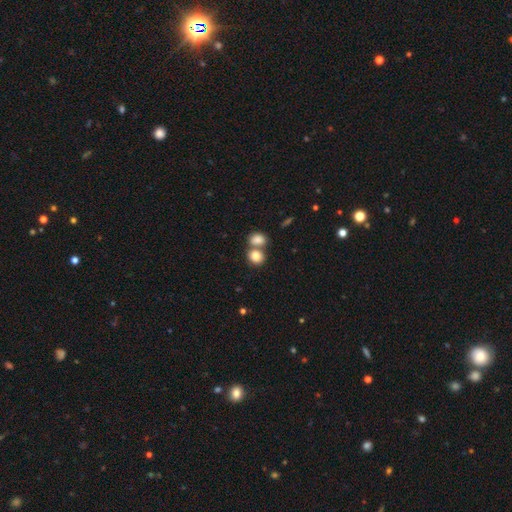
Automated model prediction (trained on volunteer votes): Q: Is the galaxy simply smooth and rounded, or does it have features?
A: smooth — 83%.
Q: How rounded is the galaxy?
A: round — 61%.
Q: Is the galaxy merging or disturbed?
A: merger — 49%.